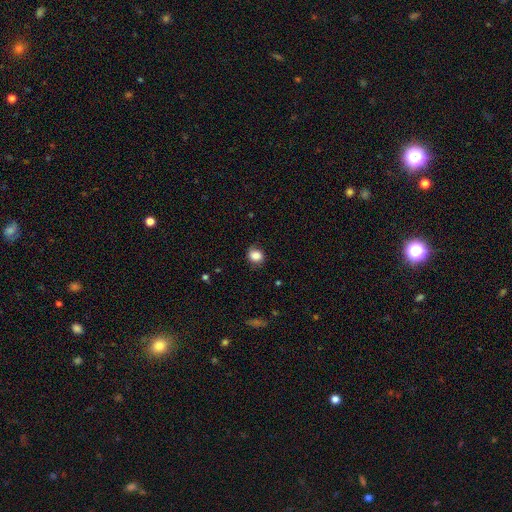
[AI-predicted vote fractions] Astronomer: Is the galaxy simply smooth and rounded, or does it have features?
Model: smooth — 84%.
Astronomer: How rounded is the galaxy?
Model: round — 67%.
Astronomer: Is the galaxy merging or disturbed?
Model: none — 75%.